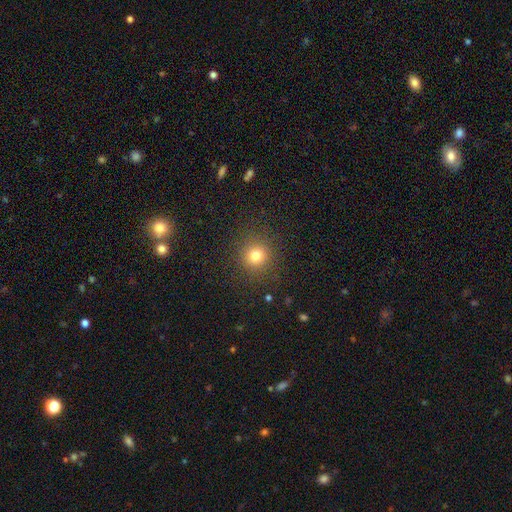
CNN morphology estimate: A smooth galaxy with no disk features (70%) that is round (95%).

Vote fractions:
- Smooth or featured? smooth: 70% / star or artifact: 24% / featured or disk: 6%
- How rounded? round: 95% / in between: 4% / cigar-shaped: 1%
- Merging? none: 92% / minor disturbance: 5% / major disturbance: 2% / merger: 2%